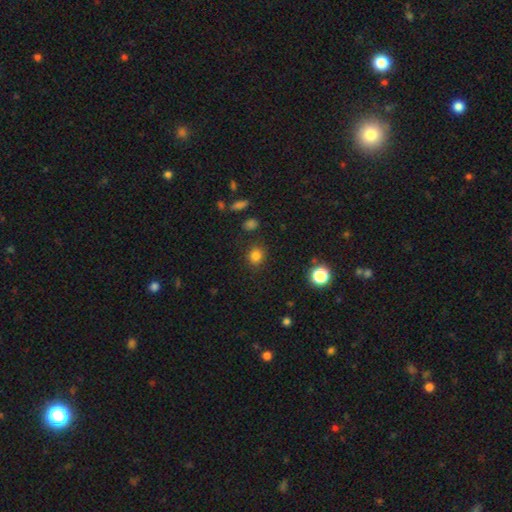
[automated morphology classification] Smooth or featured?
  - smooth: 81% *
  - star or artifact: 14%
  - featured or disk: 5%
How rounded?
  - round: 79% *
  - in between: 20%
  - cigar-shaped: 1%
Merging?
  - none: 86% *
  - minor disturbance: 9%
  - major disturbance: 3%
  - merger: 2%